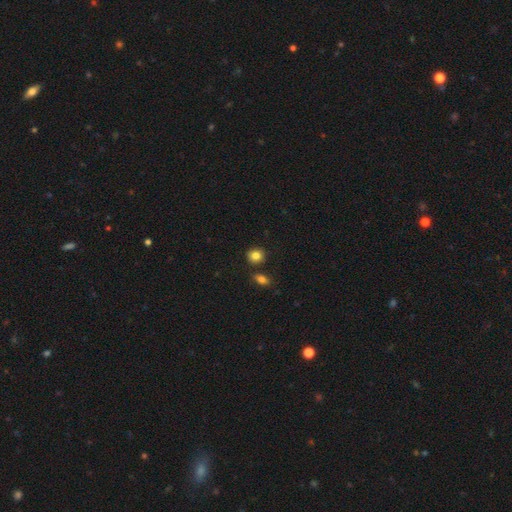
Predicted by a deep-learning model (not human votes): Morphology: type=smooth (84%); roundness=round (78%); merging=none (81%).